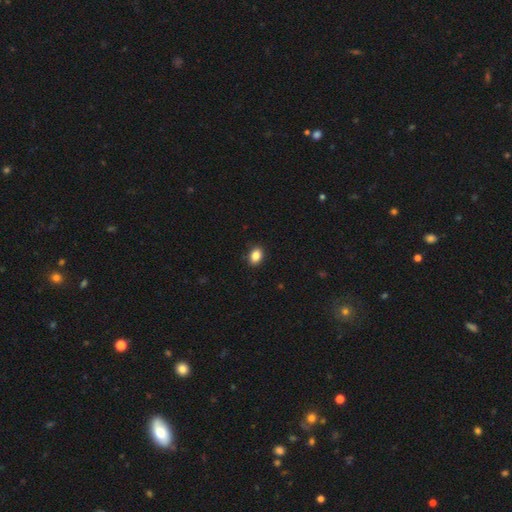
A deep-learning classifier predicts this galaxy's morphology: A smooth galaxy with no disk features (86%) that is in between round and cigar-shaped (79%).

Vote fractions:
- Smooth or featured? smooth: 86% / star or artifact: 9% / featured or disk: 5%
- How rounded? in between: 79% / round: 19% / cigar-shaped: 1%
- Merging? none: 89% / minor disturbance: 8% / major disturbance: 2% / merger: 1%